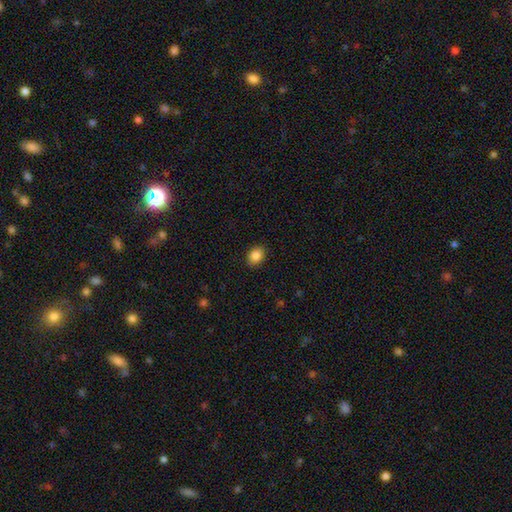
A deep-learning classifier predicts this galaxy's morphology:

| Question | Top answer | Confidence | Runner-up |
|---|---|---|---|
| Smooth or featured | smooth | 87% | star or artifact (9%) |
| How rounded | in between | 55% | round (44%) |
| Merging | none | 89% | minor disturbance (8%) |